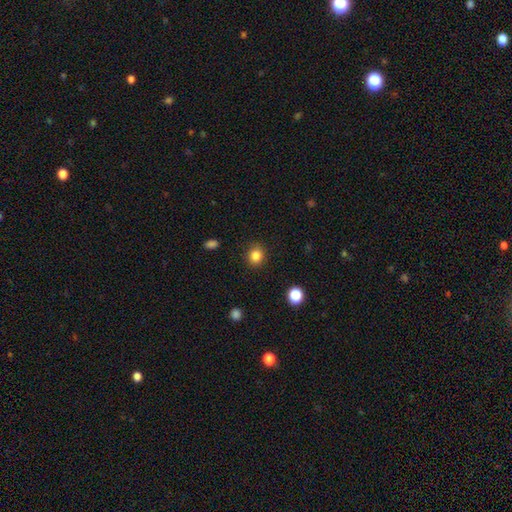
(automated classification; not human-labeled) This appears to be a smooth galaxy with no disk features (84%) that is round (79%). Merging: none (88%).